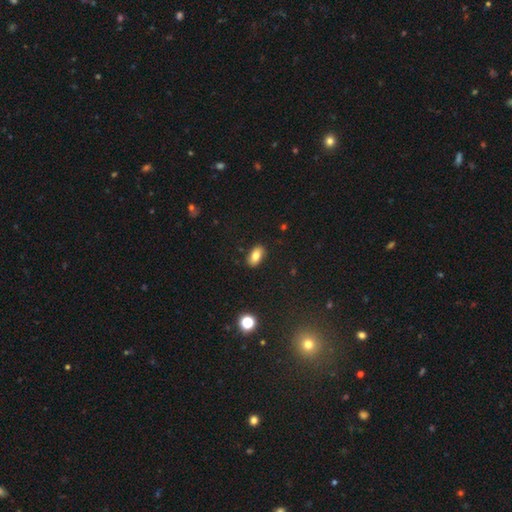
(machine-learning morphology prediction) Smooth or featured: smooth — 81% (featured or disk — 10%)
How rounded: in between — 91% (round — 5%)
Merging: none — 88% (minor disturbance — 9%)